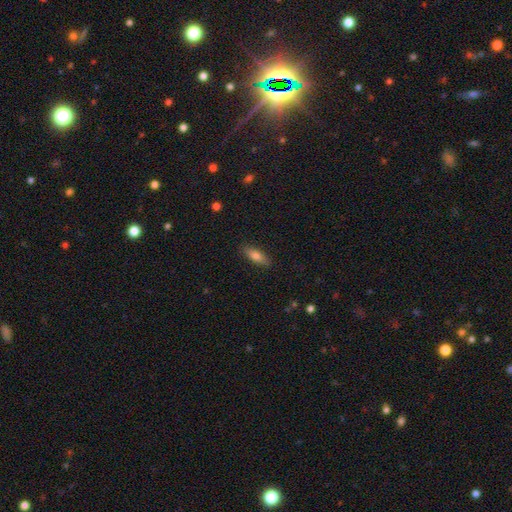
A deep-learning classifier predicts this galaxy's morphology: This appears to be a smooth galaxy with no disk features (76%) that is in between round and cigar-shaped (63%). Merging: none (88%).